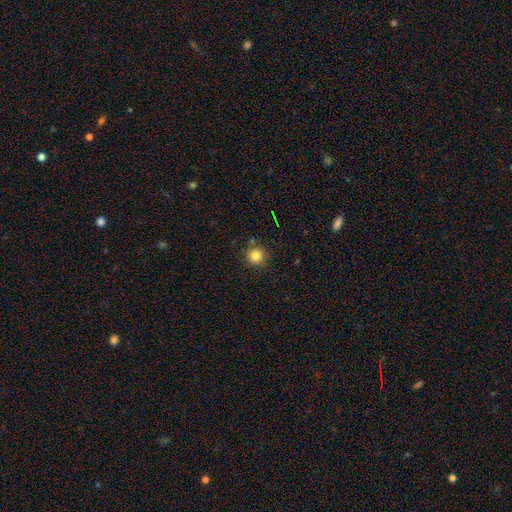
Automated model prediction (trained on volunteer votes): smooth-or-featured: smooth: 82% | star or artifact: 13% | featured or disk: 5%
  how-rounded: round: 95% | in between: 4% | cigar-shaped: 1%
  merging: none: 85% | minor disturbance: 8% | merger: 5% | major disturbance: 2%